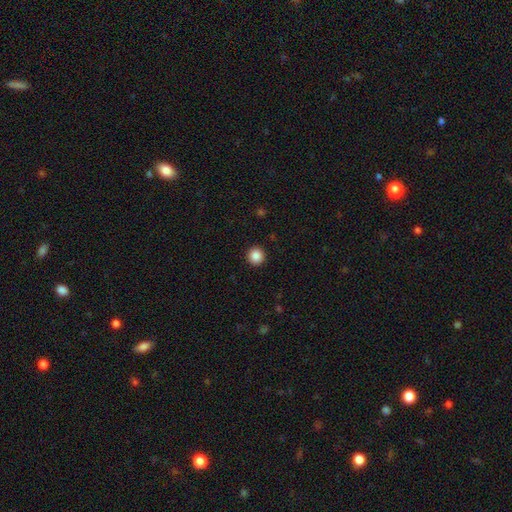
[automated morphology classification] Smooth or featured? smooth (87%)
How rounded? round (96%)
Merging? none (94%)